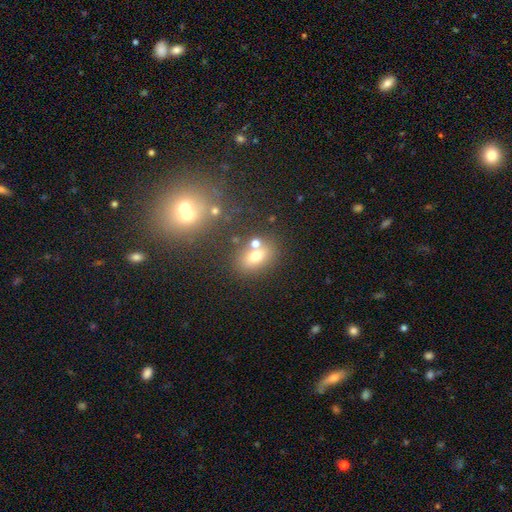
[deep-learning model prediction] smooth 67%, featured or disk 18%, star or artifact 14%. Down the decision tree: how rounded — in between (71%); merging — none (61%).